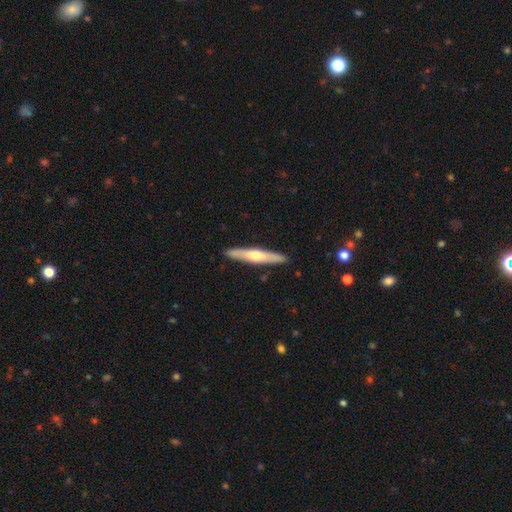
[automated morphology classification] type=featured or disk (53%); edge-on=yes (92%); merging=none (90%).